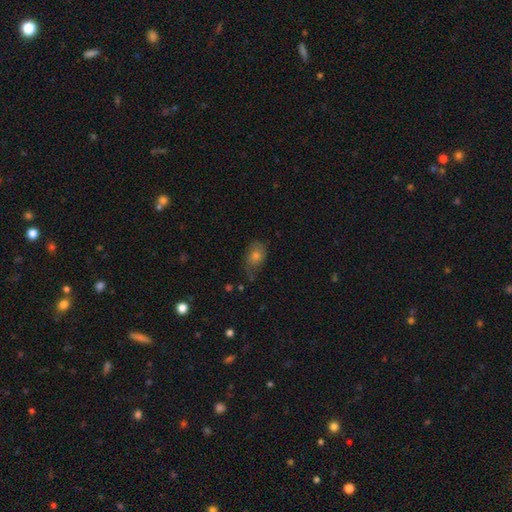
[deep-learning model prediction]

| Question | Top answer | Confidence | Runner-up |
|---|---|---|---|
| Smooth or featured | smooth | 66% | featured or disk (20%) |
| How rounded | in between | 78% | round (20%) |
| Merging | none | 59% | minor disturbance (28%) |